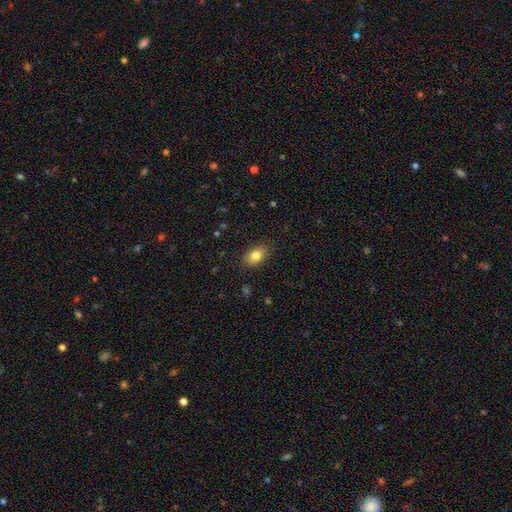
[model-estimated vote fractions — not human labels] Smooth or featured? Predicted: smooth (p=0.82). How rounded? Predicted: in between (p=0.86). Merging? Predicted: none (p=0.86).